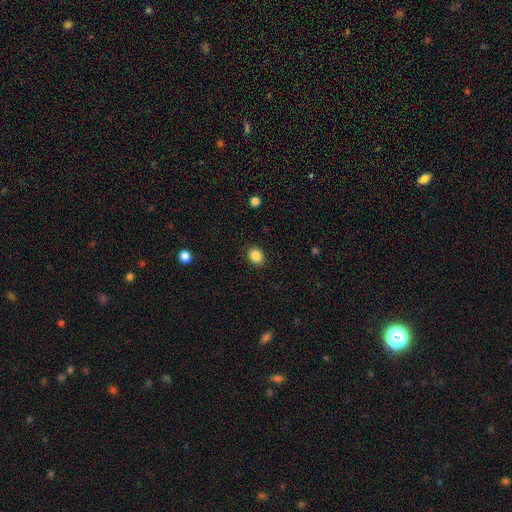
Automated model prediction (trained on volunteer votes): Morphology: type=smooth (86%); roundness=in between (52%); merging=none (89%).